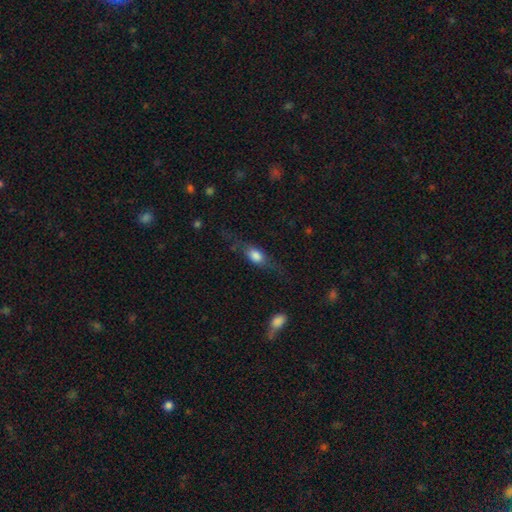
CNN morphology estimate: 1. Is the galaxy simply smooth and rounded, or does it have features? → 57% smooth, 35% featured or disk, 8% star or artifact.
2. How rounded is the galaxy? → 60% in between, 30% cigar-shaped, 10% round.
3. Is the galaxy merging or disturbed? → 63% none, 21% minor disturbance, 13% major disturbance, 3% merger.